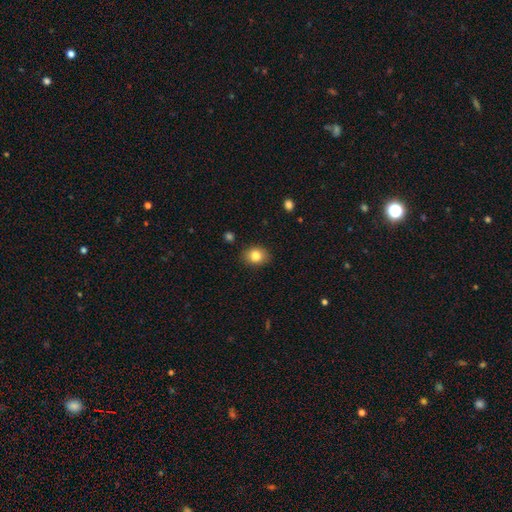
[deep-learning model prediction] Smooth or featured: smooth — 83% (star or artifact — 9%)
How rounded: in between — 50% (round — 49%)
Merging: none — 86% (minor disturbance — 10%)